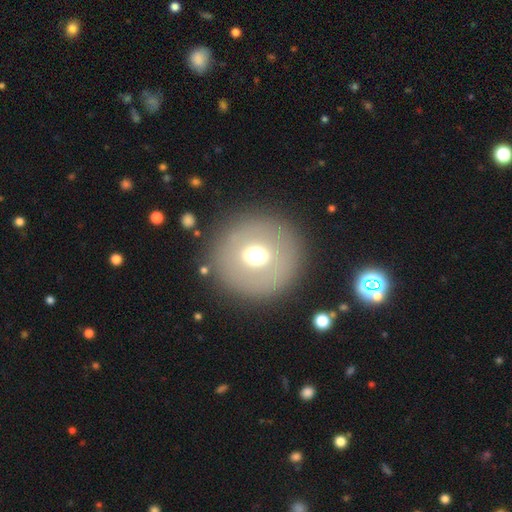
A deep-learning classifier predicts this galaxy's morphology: Smooth or featured? Predicted: smooth (p=0.58). How rounded? Predicted: round (p=0.92). Merging? Predicted: none (p=0.86).